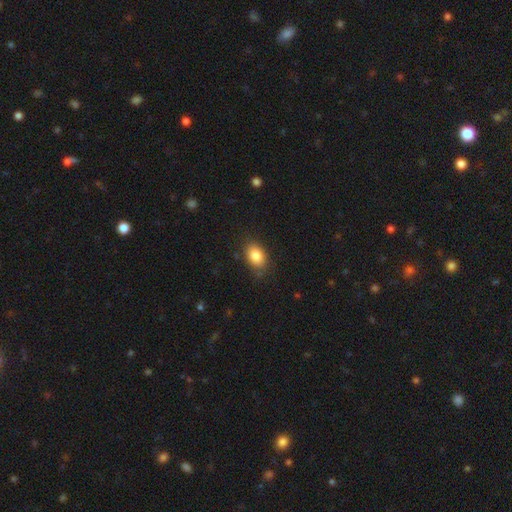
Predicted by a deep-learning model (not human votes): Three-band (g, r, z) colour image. It shows a smooth galaxy with no disk features (85%) that is in between round and cigar-shaped (84%). Merging: none (81%).